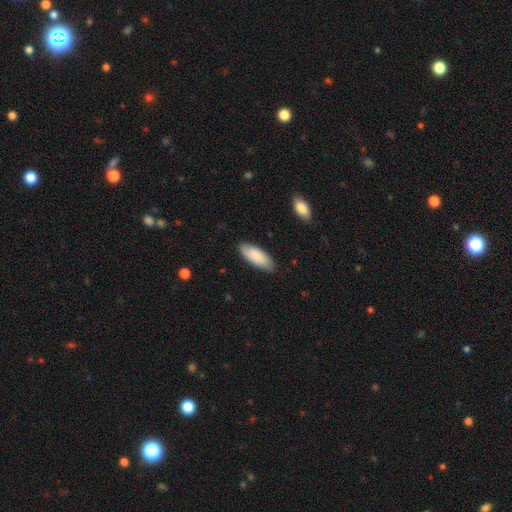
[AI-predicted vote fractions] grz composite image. It shows a smooth galaxy with no disk features (85%) that is in between round and cigar-shaped (80%). Merging: none (85%).